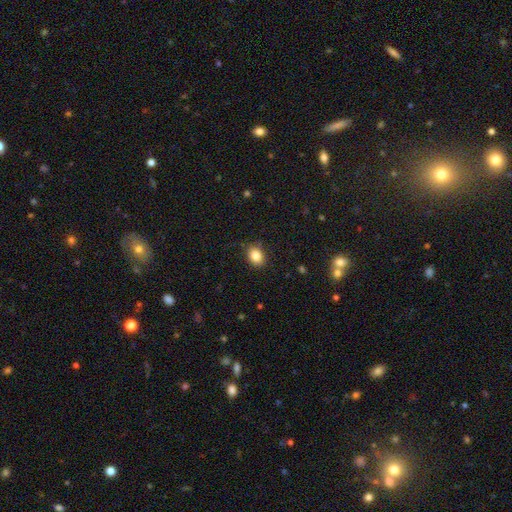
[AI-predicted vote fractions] Smooth or featured? smooth (85%)
How rounded? in between (58%)
Merging? none (84%)